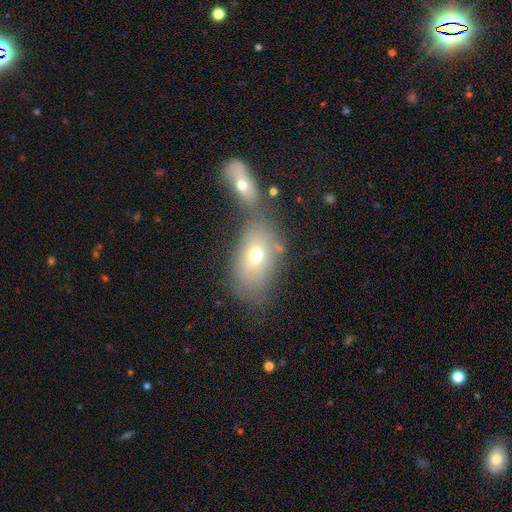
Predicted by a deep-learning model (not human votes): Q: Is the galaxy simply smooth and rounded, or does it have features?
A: smooth — 63%.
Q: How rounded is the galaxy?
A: in between — 85%.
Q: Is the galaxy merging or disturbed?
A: merger — 40%, tied with none.